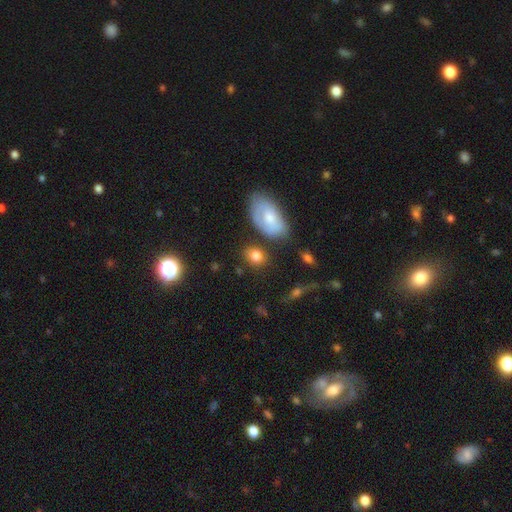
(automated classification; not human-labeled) Smooth or featured? Predicted: smooth (p=0.81). How rounded? Predicted: in between (p=0.57). Merging? Predicted: none (p=0.73).